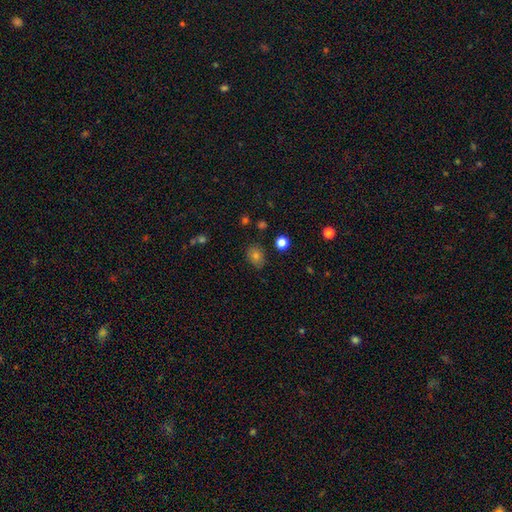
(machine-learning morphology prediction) Q: Smooth or featured?
A: smooth (74%); runner-up: star or artifact (16%)
Q: How rounded?
A: in between (56%); runner-up: round (43%)
Q: Merging?
A: none (82%); runner-up: minor disturbance (12%)